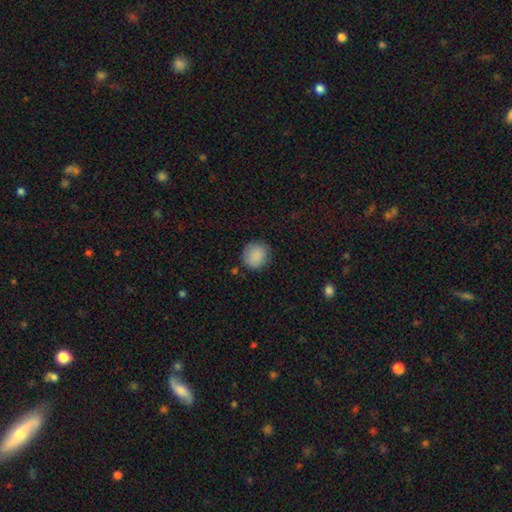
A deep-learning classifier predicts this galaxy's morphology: The model was most divided on "merging": none: 83%, minor disturbance: 13%, major disturbance: 3%, merger: 2%. More confident: smooth or featured — smooth (88%); how rounded — round (88%).